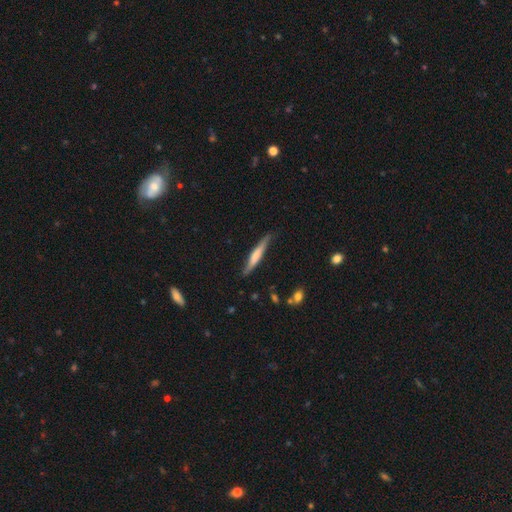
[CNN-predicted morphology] smooth 52%, featured or disk 42%, star or artifact 5%. Down the decision tree: how rounded — cigar-shaped (92%); merging — none (80%).